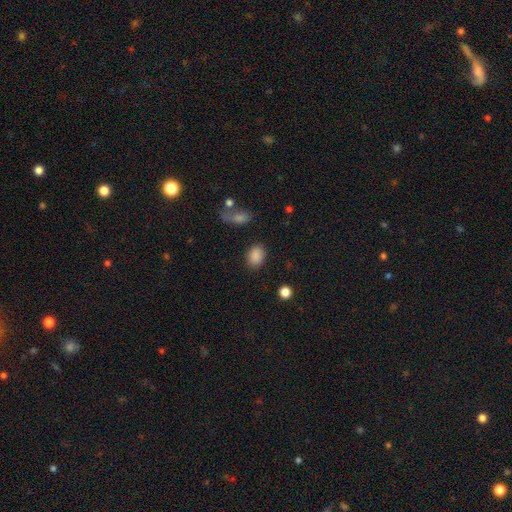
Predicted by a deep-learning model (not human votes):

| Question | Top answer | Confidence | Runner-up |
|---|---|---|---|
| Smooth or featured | smooth | 87% | star or artifact (9%) |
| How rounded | in between | 74% | round (24%) |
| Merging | none | 84% | minor disturbance (10%) |